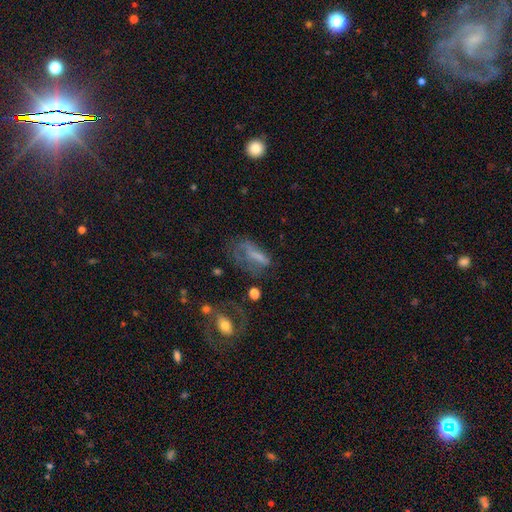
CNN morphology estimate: Q: Smooth or featured?
A: smooth (43%); runner-up: featured or disk (41%)
Q: Merging?
A: major disturbance (38%); runner-up: none (33%)